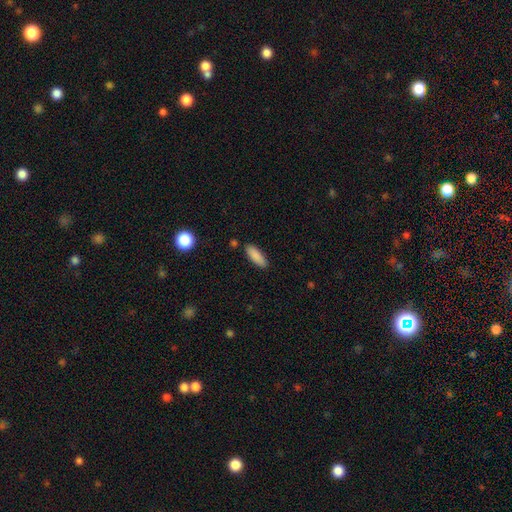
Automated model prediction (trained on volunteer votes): A smooth galaxy with no disk features (88%) that is in between round and cigar-shaped (58%). Merging: none (85%).